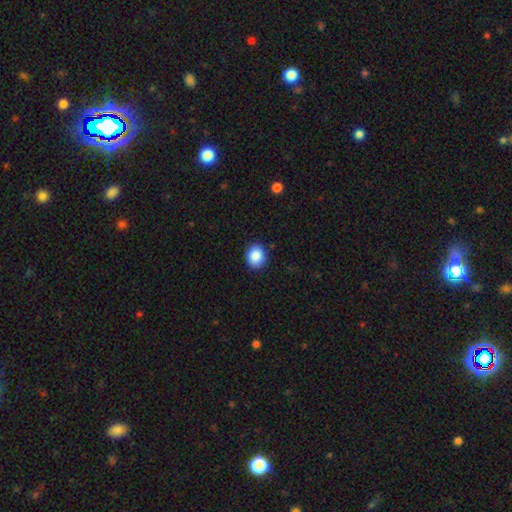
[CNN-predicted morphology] smooth 88%, star or artifact 8%, featured or disk 4%. Down the decision tree: how rounded — round (64%); merging — none (89%).